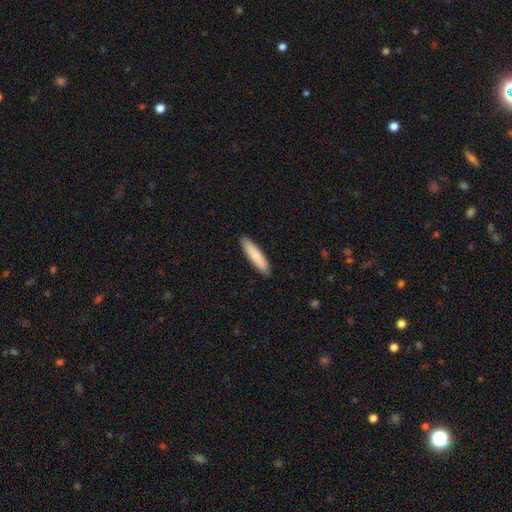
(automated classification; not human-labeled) smooth 81%, featured or disk 14%, star or artifact 5%. Down the decision tree: how rounded — cigar-shaped (84%); merging — none (90%).